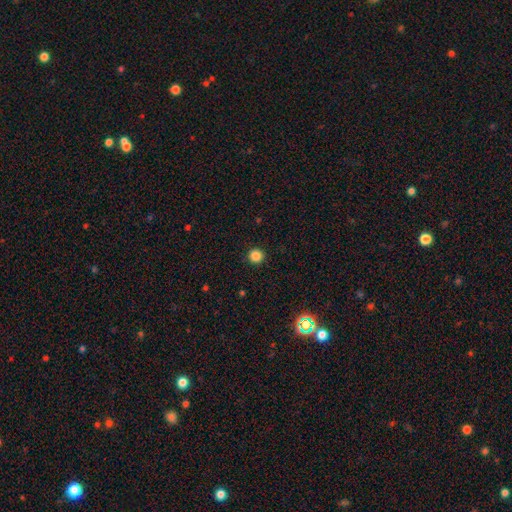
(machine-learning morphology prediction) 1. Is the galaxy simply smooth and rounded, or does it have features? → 85% smooth, 11% star or artifact, 3% featured or disk.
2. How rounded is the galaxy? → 95% round, 4% in between, 1% cigar-shaped.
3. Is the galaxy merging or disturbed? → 93% none, 4% minor disturbance, 2% major disturbance, 1% merger.